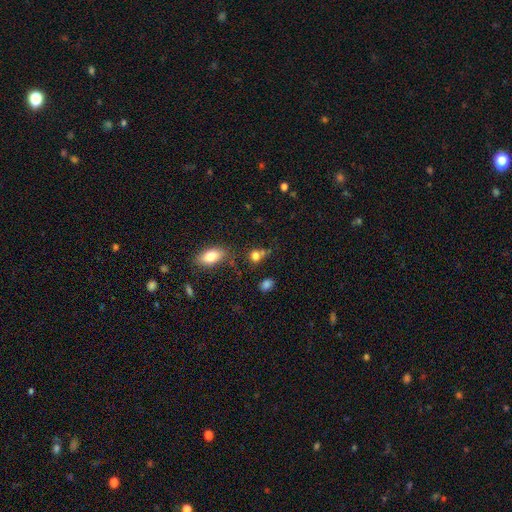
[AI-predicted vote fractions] Q: Smooth or featured?
A: smooth (77%); runner-up: star or artifact (14%)
Q: How rounded?
A: round (56%); runner-up: in between (42%)
Q: Merging?
A: none (54%); runner-up: merger (25%)